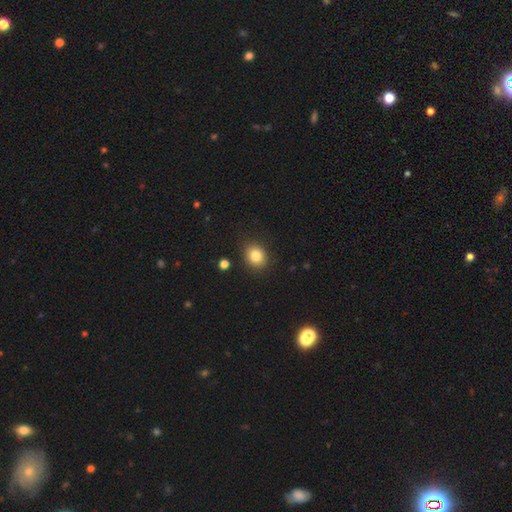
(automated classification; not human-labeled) Morphology: type=smooth (83%); roundness=round (66%); merging=none (86%).